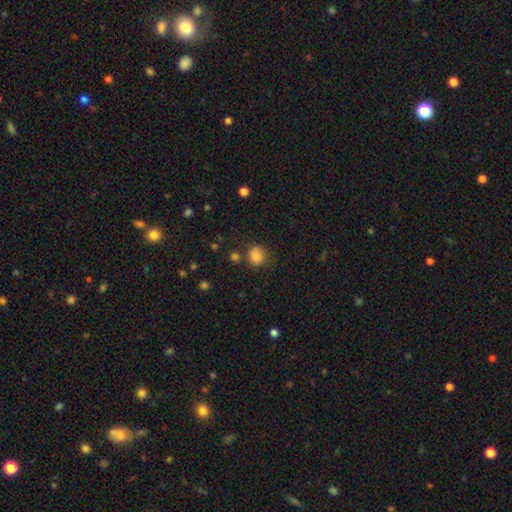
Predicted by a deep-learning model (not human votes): Smooth or featured: smooth — 83% (star or artifact — 11%)
How rounded: round — 78% (in between — 22%)
Merging: none — 69% (minor disturbance — 18%)